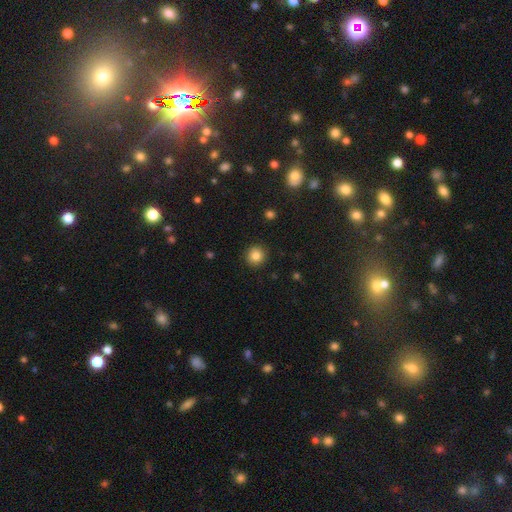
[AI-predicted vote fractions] Smooth or featured?
  - smooth: 85% *
  - star or artifact: 10%
  - featured or disk: 5%
How rounded?
  - round: 93% *
  - in between: 6%
  - cigar-shaped: 1%
Merging?
  - none: 91% *
  - minor disturbance: 6%
  - major disturbance: 2%
  - merger: 1%